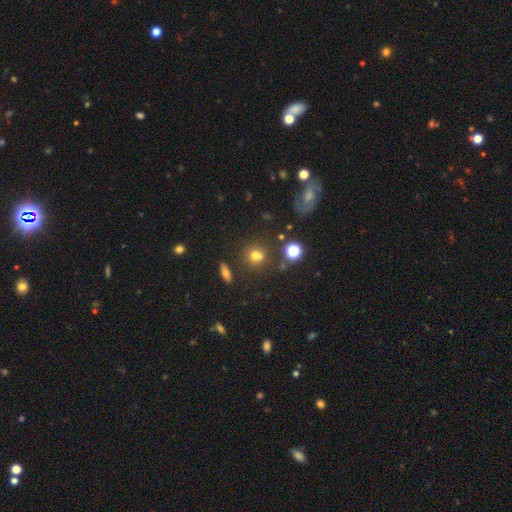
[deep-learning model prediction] This appears to be a smooth galaxy with no disk features (65%) that is round (82%). Merging: none (63%).